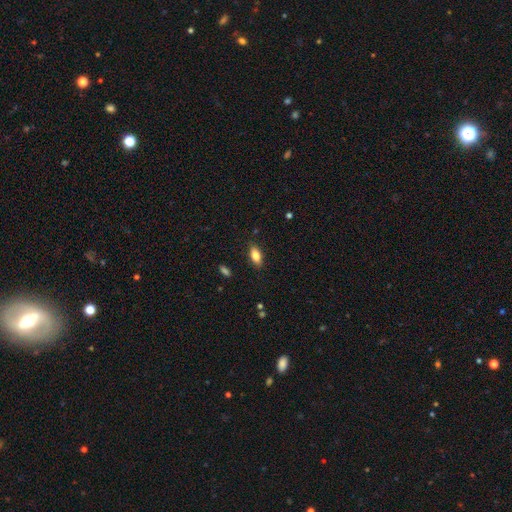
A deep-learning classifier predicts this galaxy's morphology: smooth_or_featured: smooth (p=0.78) [alt: featured or disk p=0.14]
how_rounded: in between (p=0.86) [alt: cigar-shaped p=0.11]
merging: none (p=0.86) [alt: minor disturbance p=0.10]